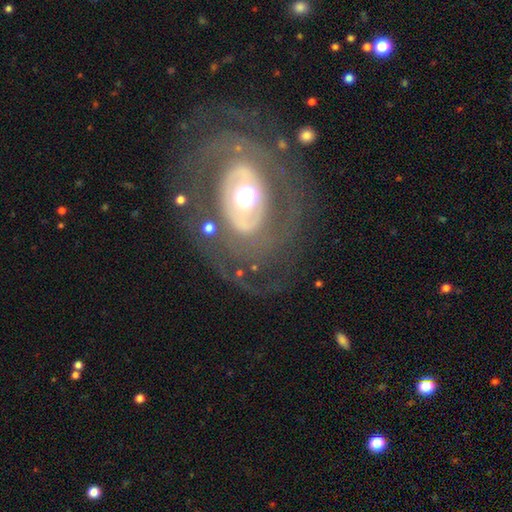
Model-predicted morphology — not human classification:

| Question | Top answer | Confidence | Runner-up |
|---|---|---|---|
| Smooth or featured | featured or disk | 83% | smooth (11%) |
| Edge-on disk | no | 95% | yes (5%) |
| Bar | no | 55% | weak (28%) |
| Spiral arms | yes | 76% | no (24%) |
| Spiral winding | tight | 66% | medium (24%) |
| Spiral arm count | can't tell | 38% | 2 (30%) |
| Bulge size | moderate | 59% | large (22%) |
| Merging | none | 77% | minor disturbance (12%) |